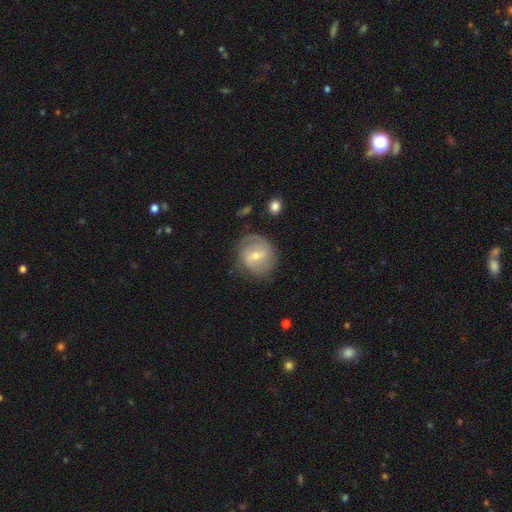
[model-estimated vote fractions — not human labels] Smooth or featured? Predicted: featured or disk (p=0.69). Edge-on disk? Predicted: no (p=0.97). Bar? Predicted: weak (p=0.56). Spiral arms? Predicted: yes (p=0.85). Spiral winding? Predicted: tight (p=0.40, tied with medium). Spiral arm count? Predicted: 2 (p=0.50). Bulge size? Predicted: small (p=0.53). Merging? Predicted: none (p=0.68).